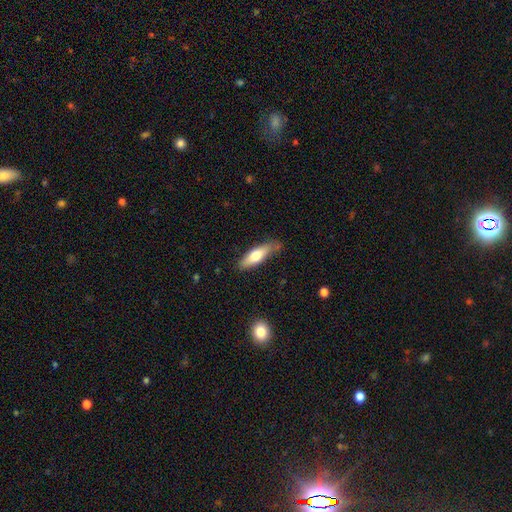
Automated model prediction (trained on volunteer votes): Smooth or featured?
  - smooth: 66% *
  - featured or disk: 28%
  - star or artifact: 6%
How rounded?
  - cigar-shaped: 56% *
  - in between: 42%
  - round: 2%
Merging?
  - none: 73% *
  - minor disturbance: 20%
  - major disturbance: 4%
  - merger: 3%